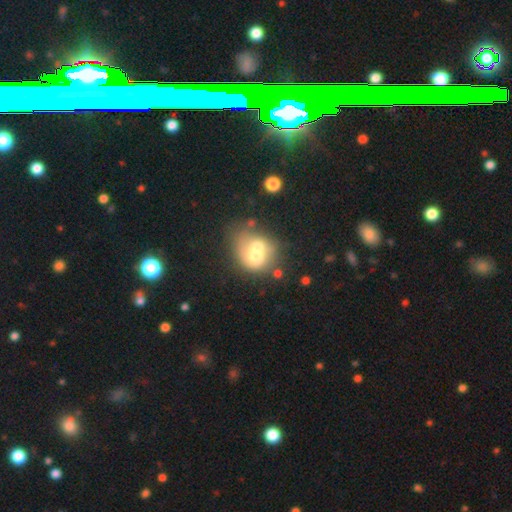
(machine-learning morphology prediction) A smooth galaxy with no disk features (55%) that is round (62%).

Vote fractions:
- Smooth or featured? smooth: 55% / featured or disk: 35% / star or artifact: 10%
- How rounded? round: 62% / in between: 37% / cigar-shaped: 1%
- Merging? merger: 66% / none: 19% / minor disturbance: 9% / major disturbance: 7%